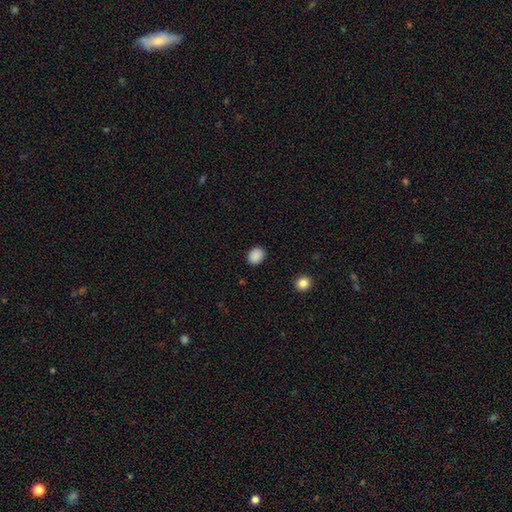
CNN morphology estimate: Smooth or featured: smooth — 89% (star or artifact — 9%)
How rounded: in between — 53% (round — 46%)
Merging: none — 89% (minor disturbance — 8%)